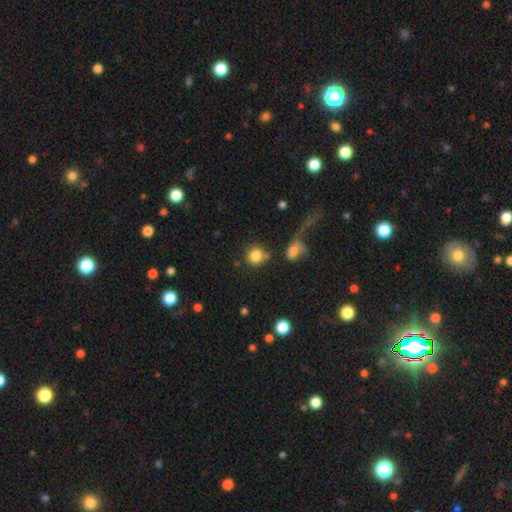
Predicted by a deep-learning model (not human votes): Smooth or featured: smooth — 82% (star or artifact — 10%)
How rounded: round — 89% (in between — 10%)
Merging: none — 63% (merger — 16%)